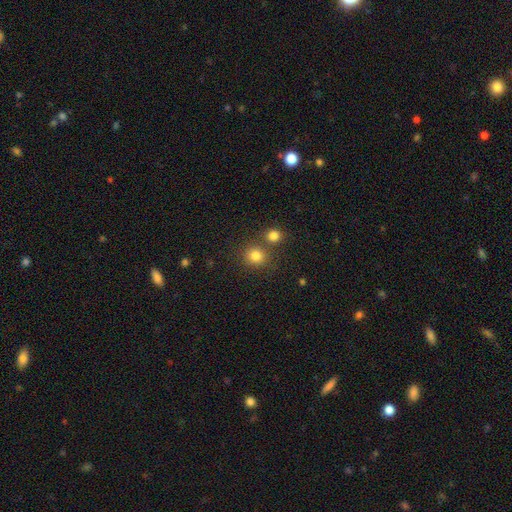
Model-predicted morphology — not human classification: Smooth or featured? Predicted: smooth (p=0.81). How rounded? Predicted: round (p=0.86). Merging? Predicted: none (p=0.69).